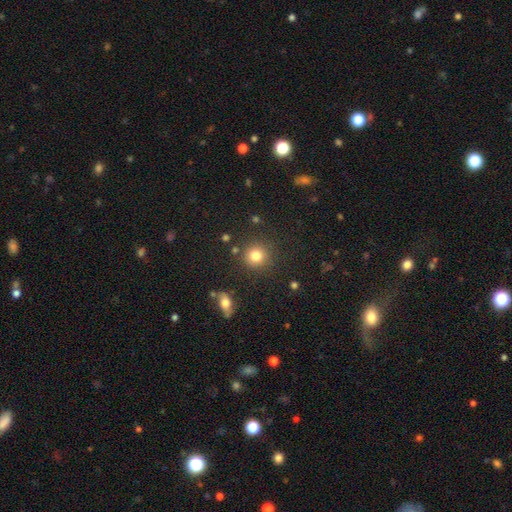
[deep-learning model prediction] Overall: smooth (82%). How rounded: round (92%). Merging: none (85%).